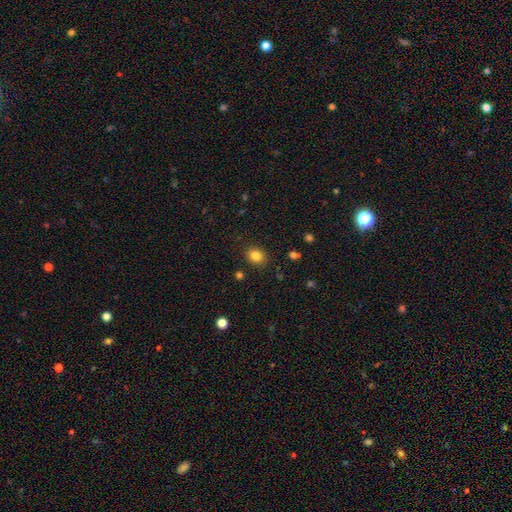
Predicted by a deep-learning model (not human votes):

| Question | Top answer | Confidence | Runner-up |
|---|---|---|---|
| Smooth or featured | smooth | 83% | star or artifact (11%) |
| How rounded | round | 54% | in between (46%) |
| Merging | none | 88% | minor disturbance (8%) |